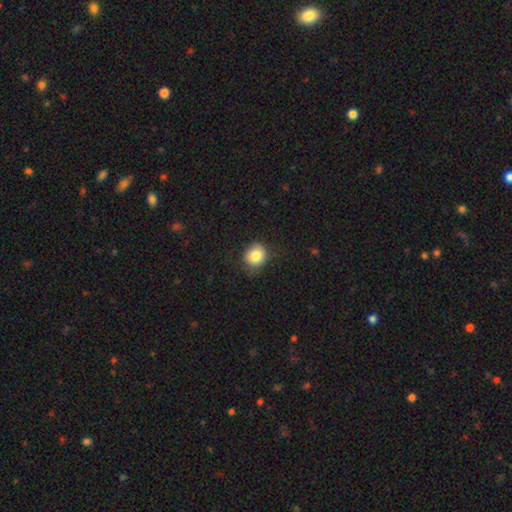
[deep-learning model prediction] A smooth galaxy with no disk features (84%) that is round (81%).

Vote fractions:
- Smooth or featured? smooth: 84% / star or artifact: 9% / featured or disk: 7%
- How rounded? round: 81% / in between: 18% / cigar-shaped: 1%
- Merging? none: 79% / minor disturbance: 16% / major disturbance: 4% / merger: 1%